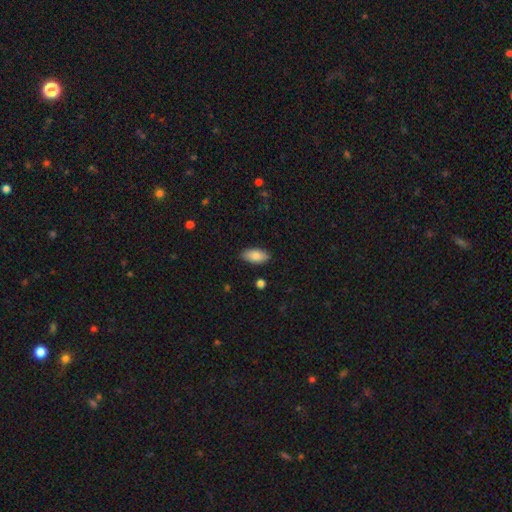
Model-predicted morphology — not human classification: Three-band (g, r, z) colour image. It shows a smooth galaxy with no disk features (87%) that is in between round and cigar-shaped (92%). Merging: none (87%).